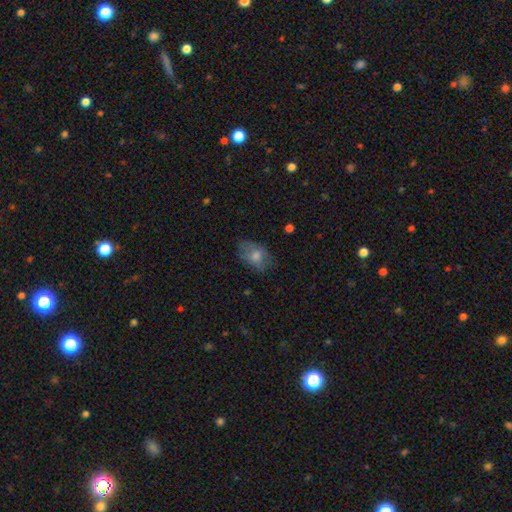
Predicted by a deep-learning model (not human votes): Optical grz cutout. It shows a smooth galaxy with no disk features (65%) that is in between round and cigar-shaped (81%). Merging: none (68%).